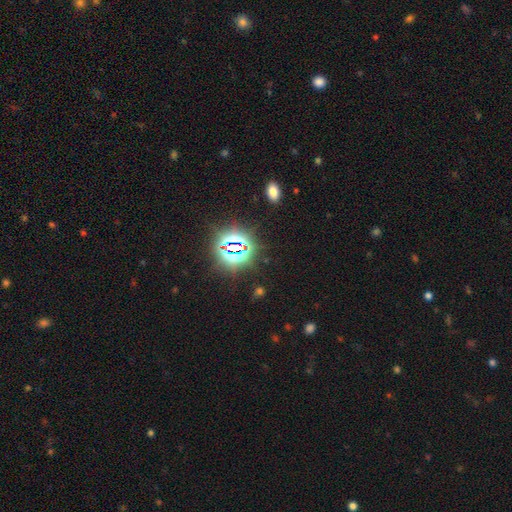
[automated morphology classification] The model was most divided on "smooth or featured": star or artifact: 81%, smooth: 12%, featured or disk: 7%.